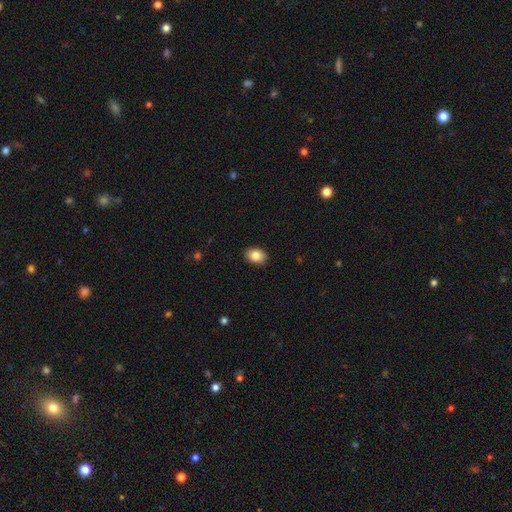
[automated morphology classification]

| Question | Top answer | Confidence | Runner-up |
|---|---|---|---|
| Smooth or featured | smooth | 85% | star or artifact (8%) |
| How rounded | in between | 72% | round (27%) |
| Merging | none | 89% | minor disturbance (8%) |